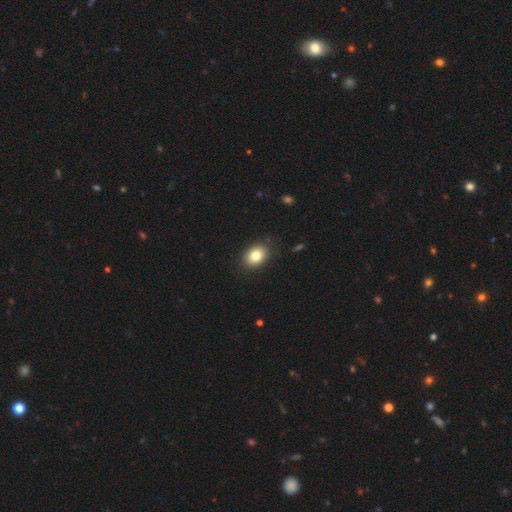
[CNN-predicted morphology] Q: Smooth or featured?
A: smooth (82%); runner-up: star or artifact (9%)
Q: How rounded?
A: in between (68%); runner-up: round (31%)
Q: Merging?
A: none (86%); runner-up: minor disturbance (11%)